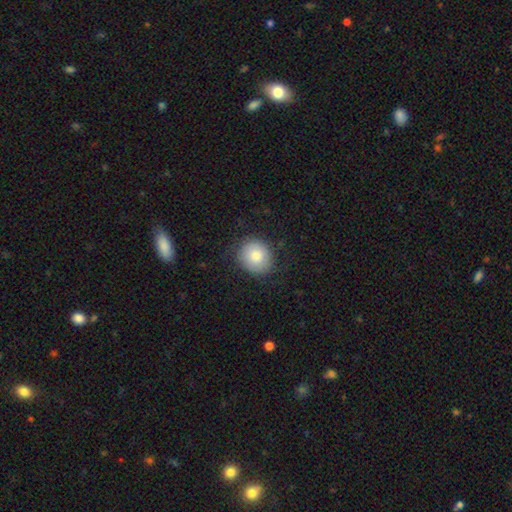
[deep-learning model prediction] A smooth galaxy with no disk features (82%) that is round (76%).

Vote fractions:
- Smooth or featured? smooth: 82% / featured or disk: 10% / star or artifact: 7%
- How rounded? round: 76% / in between: 23% / cigar-shaped: 1%
- Merging? none: 80% / minor disturbance: 15% / major disturbance: 5% / merger: 1%